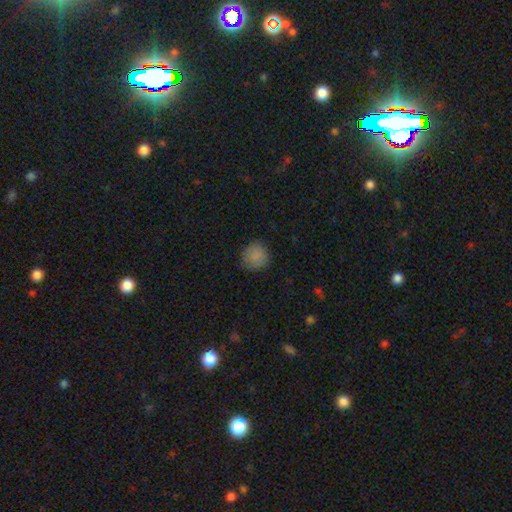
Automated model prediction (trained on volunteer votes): Smooth or featured? smooth (86%)
How rounded? round (90%)
Merging? none (85%)